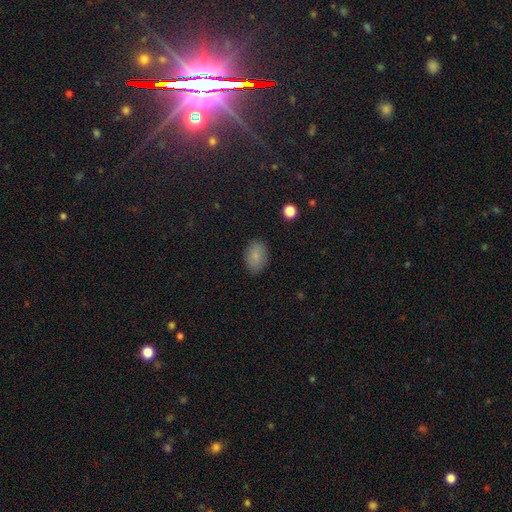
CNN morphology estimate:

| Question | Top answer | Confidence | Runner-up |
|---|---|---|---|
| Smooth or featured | smooth | 85% | star or artifact (8%) |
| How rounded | in between | 85% | round (13%) |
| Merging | none | 87% | minor disturbance (10%) |